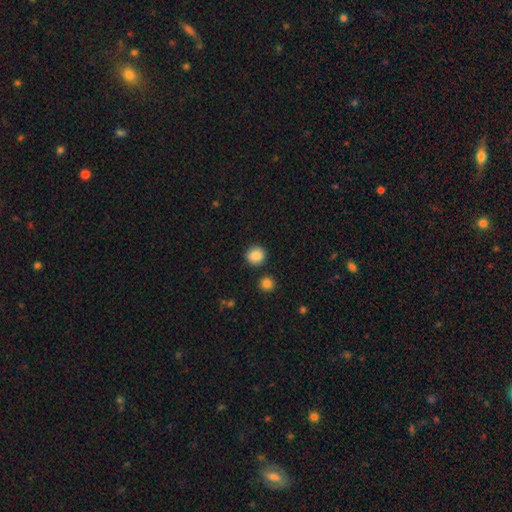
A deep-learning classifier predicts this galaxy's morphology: Smooth or featured: smooth — 87% (star or artifact — 9%)
How rounded: round — 90% (in between — 9%)
Merging: none — 87% (minor disturbance — 7%)